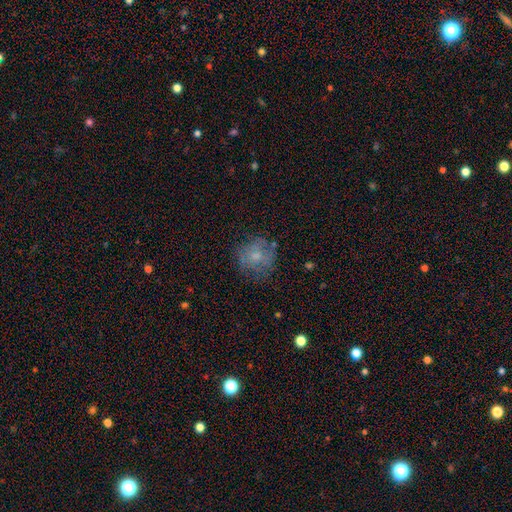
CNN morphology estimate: Smooth or featured?
  - smooth: 59% *
  - featured or disk: 31%
  - star or artifact: 10%
How rounded?
  - round: 80% *
  - in between: 19%
  - cigar-shaped: 1%
Merging?
  - none: 63% *
  - minor disturbance: 22%
  - major disturbance: 13%
  - merger: 2%